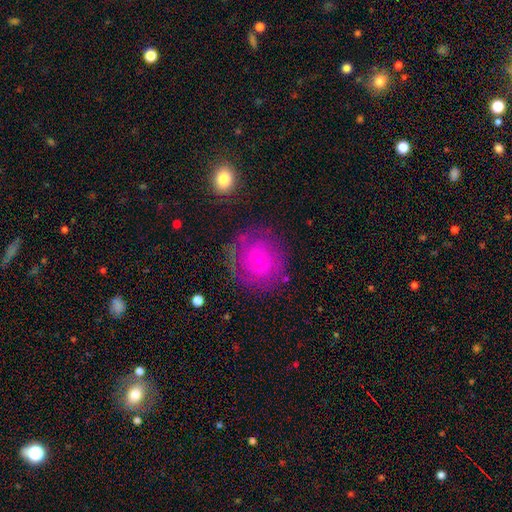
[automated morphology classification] This appears to be a featured or disk galaxy (63%) with no bar (72%), spiral arms (81%) and a small central bulge (78%). Merging: none (76%).